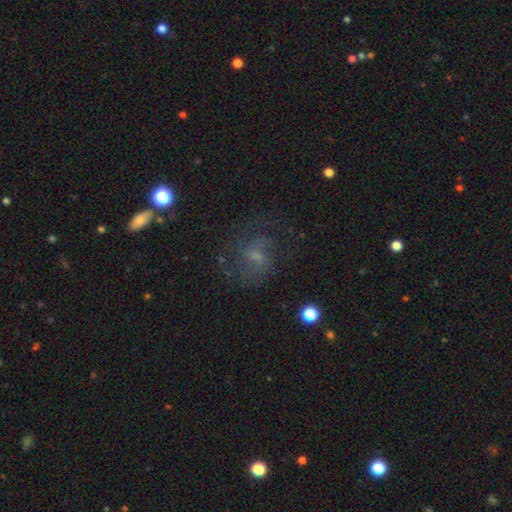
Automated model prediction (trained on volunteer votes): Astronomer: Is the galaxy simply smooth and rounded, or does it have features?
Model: featured or disk — 58%.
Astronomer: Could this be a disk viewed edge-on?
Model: no — 97%.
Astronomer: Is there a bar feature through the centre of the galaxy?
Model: no — 48% (runner-up: weak, 45%).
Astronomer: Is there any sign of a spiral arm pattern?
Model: yes — 81%.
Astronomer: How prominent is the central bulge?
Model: small — 51% (runner-up: moderate, 28%).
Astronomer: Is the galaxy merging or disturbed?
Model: none — 59%.